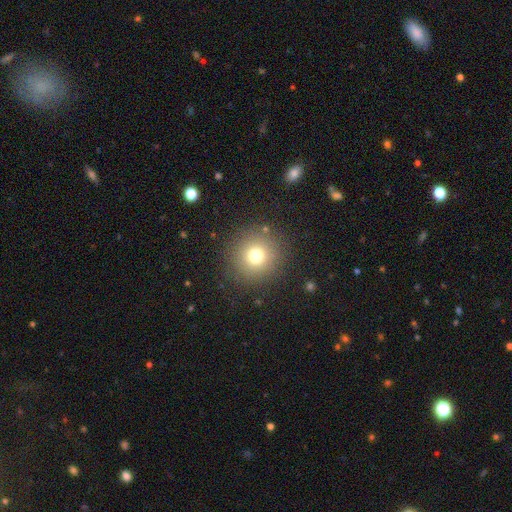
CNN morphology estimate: Smooth or featured? smooth (74%)
How rounded? round (94%)
Merging? none (88%)